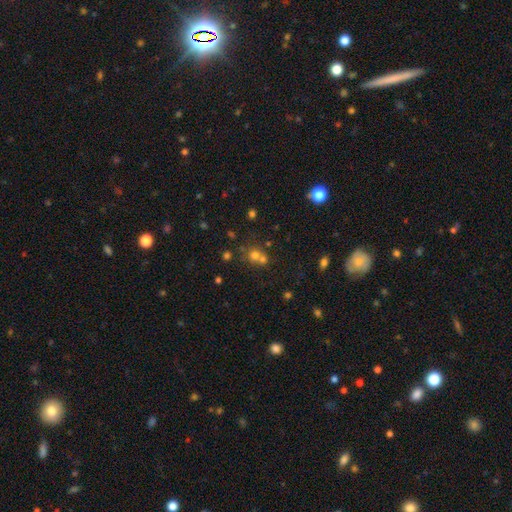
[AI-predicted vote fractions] A smooth galaxy with no disk features (58%) that is round (84%). Merging: none (48%).